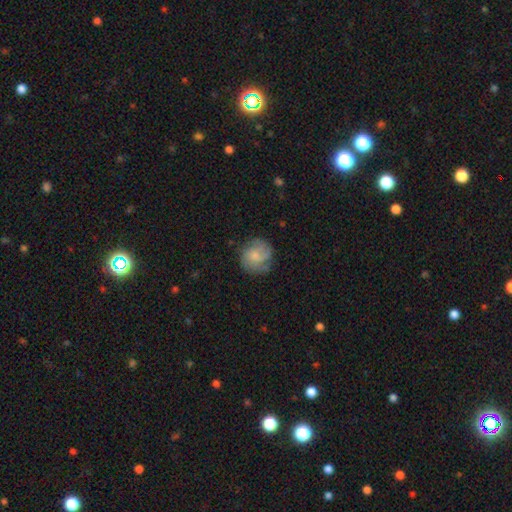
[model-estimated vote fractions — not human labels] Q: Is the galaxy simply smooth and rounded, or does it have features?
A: smooth — 48%.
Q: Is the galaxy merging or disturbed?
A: none — 68%.